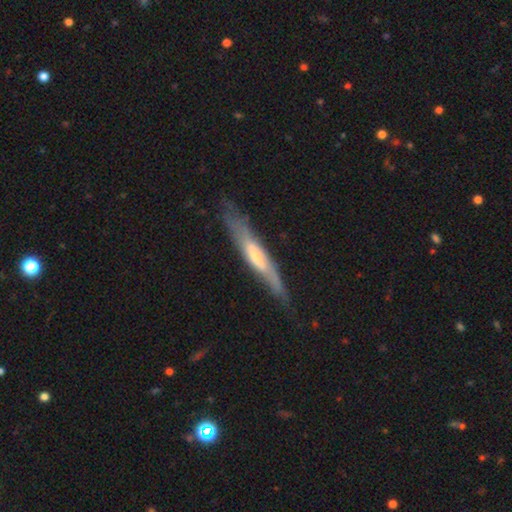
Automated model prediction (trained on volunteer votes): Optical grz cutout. It shows a featured or disk galaxy (60%) viewed edge-on (77%). Merging: none (70%).